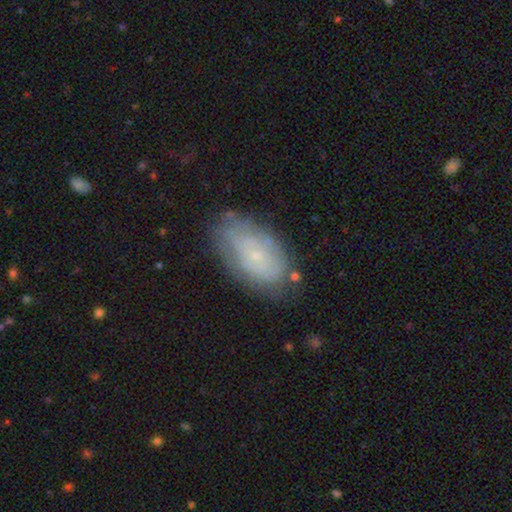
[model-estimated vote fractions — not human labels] The model was most divided on "smooth or featured": featured or disk: 47%, smooth: 44%, star or artifact: 9%. More confident: merging — none (68%).